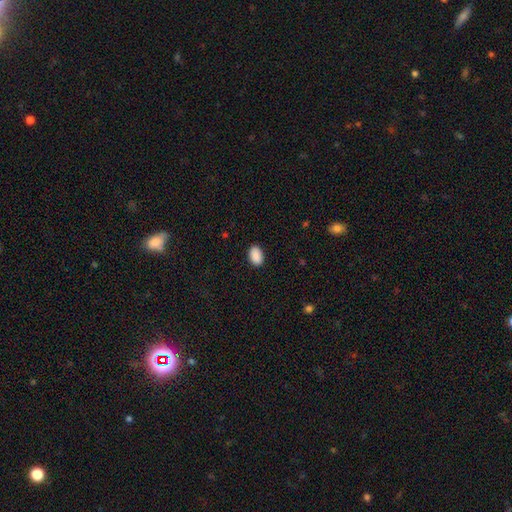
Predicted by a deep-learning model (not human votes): smooth 90%, star or artifact 7%, featured or disk 3%. Down the decision tree: how rounded — in between (90%); merging — none (88%).